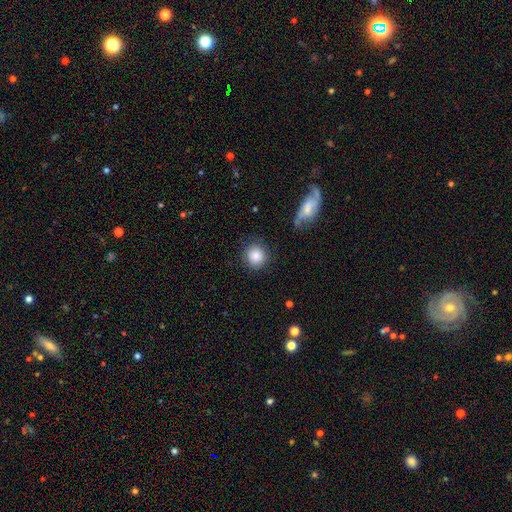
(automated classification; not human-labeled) Q: Smooth or featured?
A: smooth (84%); runner-up: star or artifact (8%)
Q: How rounded?
A: round (89%); runner-up: in between (10%)
Q: Merging?
A: none (83%); runner-up: minor disturbance (11%)